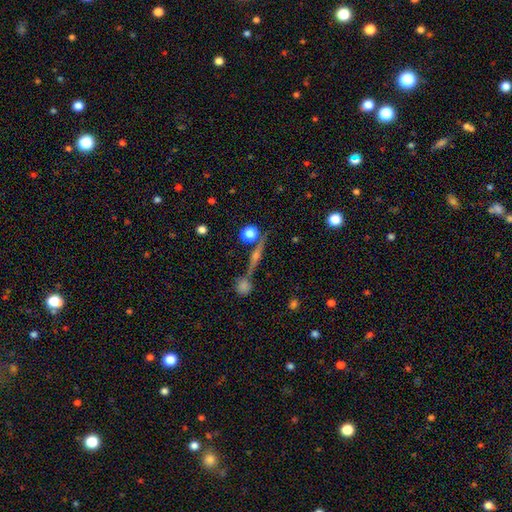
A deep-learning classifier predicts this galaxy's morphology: type=smooth (39%); merging=none (51%).